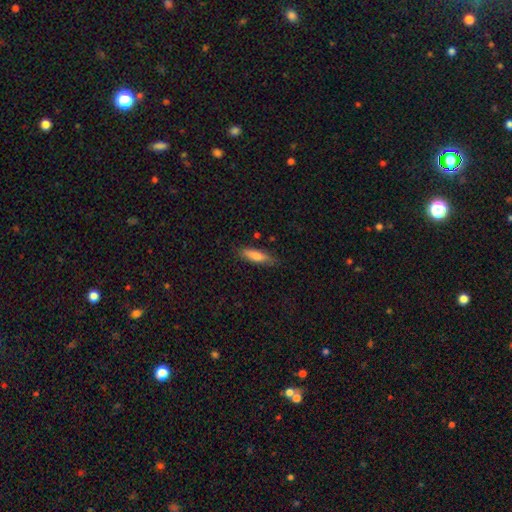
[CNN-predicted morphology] type=smooth (82%); roundness=cigar-shaped (63%); merging=none (79%).